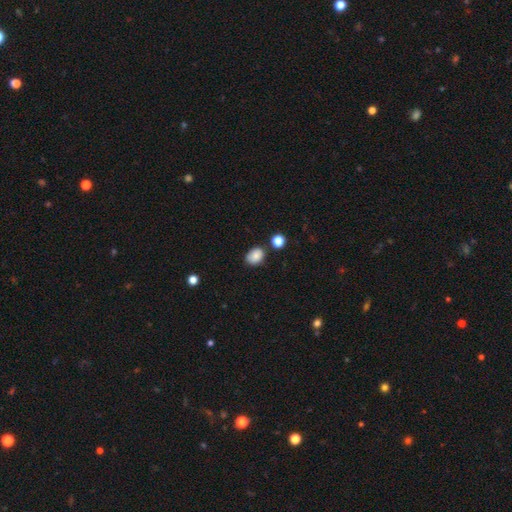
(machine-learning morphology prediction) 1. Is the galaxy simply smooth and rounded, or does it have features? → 85% smooth, 9% star or artifact, 6% featured or disk.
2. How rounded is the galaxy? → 71% in between, 28% round, 1% cigar-shaped.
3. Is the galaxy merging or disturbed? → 75% none, 16% minor disturbance, 5% merger, 3% major disturbance.